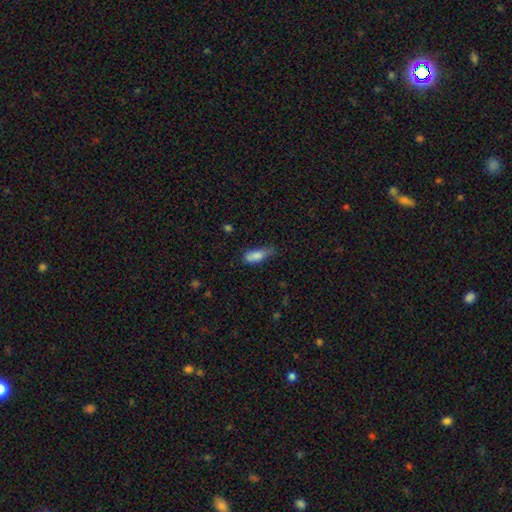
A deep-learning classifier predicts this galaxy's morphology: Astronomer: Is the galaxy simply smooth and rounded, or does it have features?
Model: smooth — 81%.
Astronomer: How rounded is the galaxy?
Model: in between — 73%.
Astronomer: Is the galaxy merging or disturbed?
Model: minor disturbance — 41% (runner-up: none, 39%).